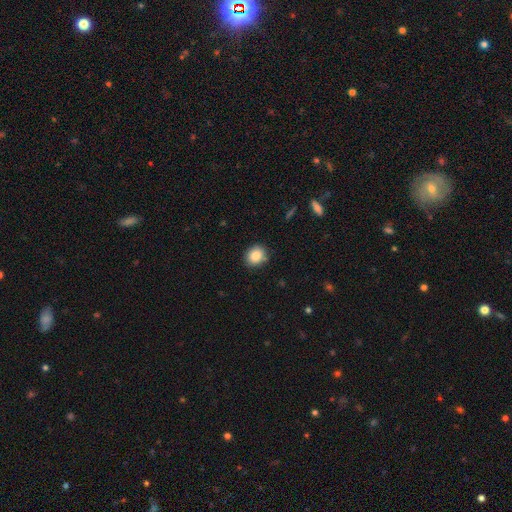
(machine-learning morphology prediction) Q: Smooth or featured?
A: smooth (86%); runner-up: star or artifact (9%)
Q: How rounded?
A: round (70%); runner-up: in between (29%)
Q: Merging?
A: none (84%); runner-up: minor disturbance (11%)